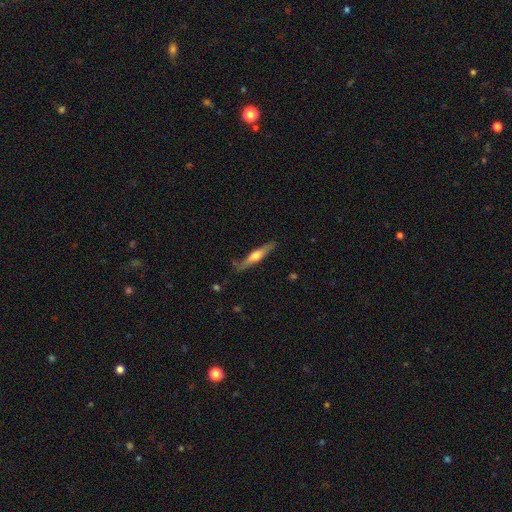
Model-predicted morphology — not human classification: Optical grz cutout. It shows a featured or disk galaxy (55%) viewed edge-on (93%) with a rounded central bulge (88%). Merging: none (81%).